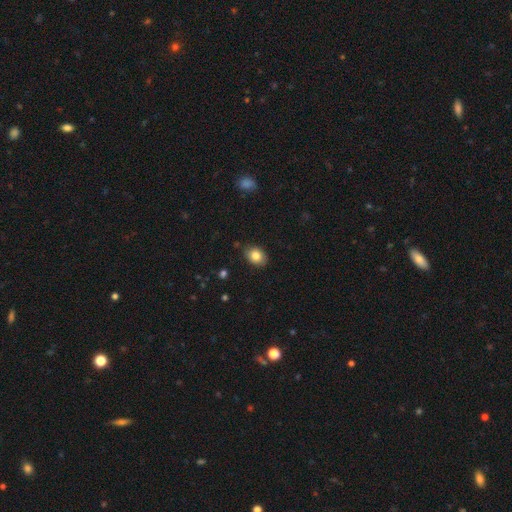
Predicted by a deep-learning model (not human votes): Overall: smooth (84%). How rounded: in between (67%; round 32%). Merging: none (84%).